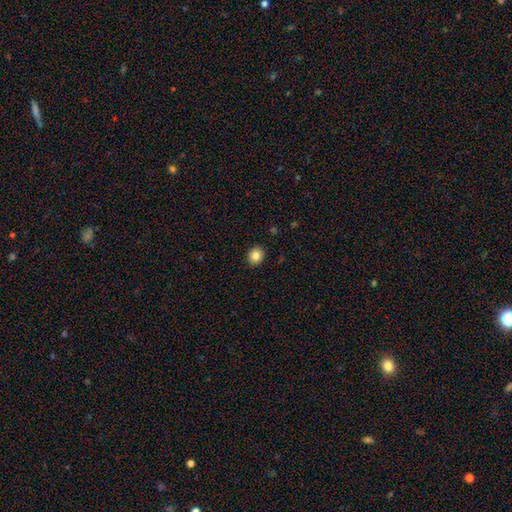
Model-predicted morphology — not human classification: Overall: smooth (83%). How rounded: round (77%). Merging: none (91%).